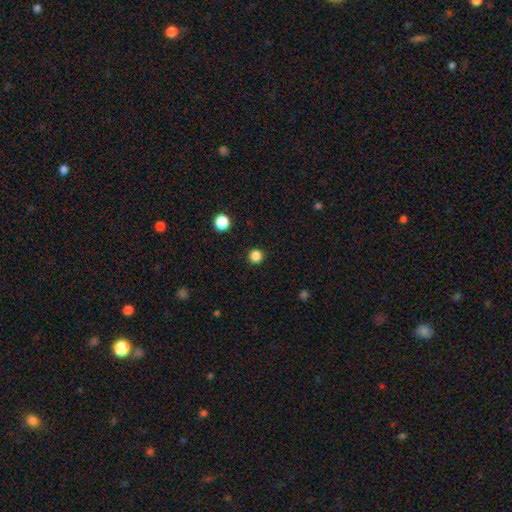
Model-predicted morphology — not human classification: Smooth or featured? Predicted: smooth (p=0.84). How rounded? Predicted: round (p=0.95). Merging? Predicted: none (p=0.93).